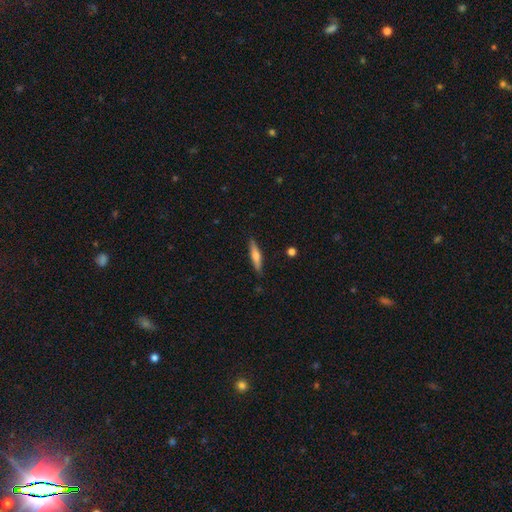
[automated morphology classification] Q: Smooth or featured?
A: featured or disk (48%); runner-up: smooth (46%)
Q: Merging?
A: none (87%); runner-up: minor disturbance (9%)